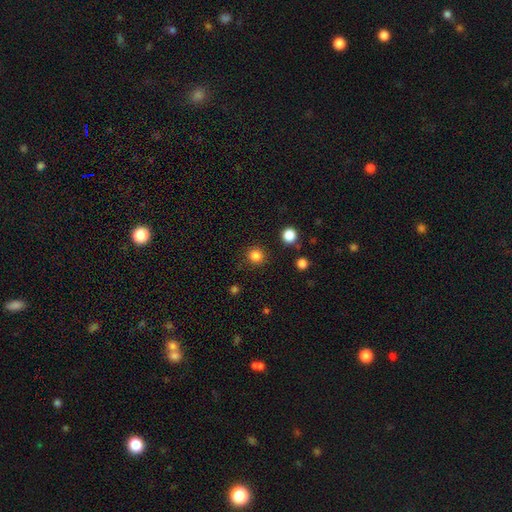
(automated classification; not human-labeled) Morphology: type=smooth (84%); roundness=round (94%); merging=none (90%).